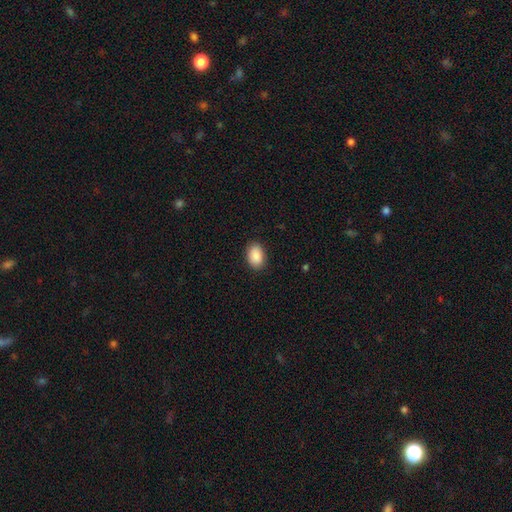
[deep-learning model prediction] This appears to be a smooth galaxy with no disk features (90%) that is in between round and cigar-shaped (86%). Merging: none (88%).